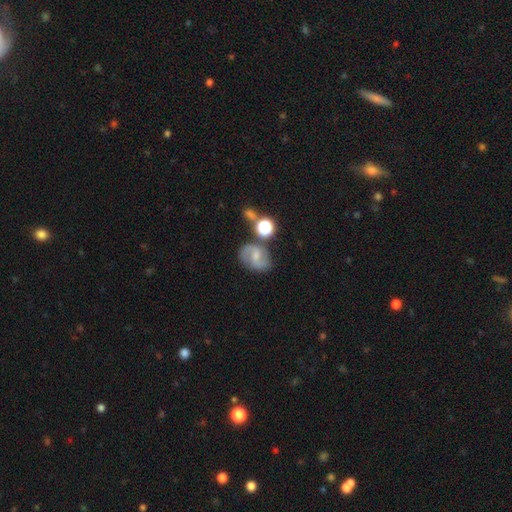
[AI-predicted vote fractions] This appears to be a featured or disk galaxy (67%) with a weak bar (54%), 2 (88%) medium (50%) spiral arms (92%) and a small central bulge (55%). Merging: none (65%).